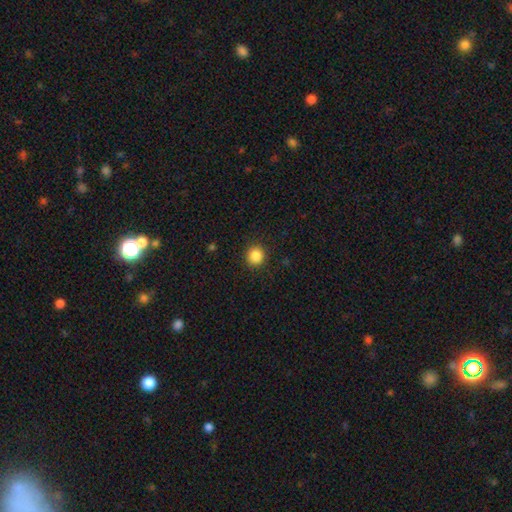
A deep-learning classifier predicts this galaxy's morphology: Overall: smooth (86%). How rounded: round (93%). Merging: none (91%).